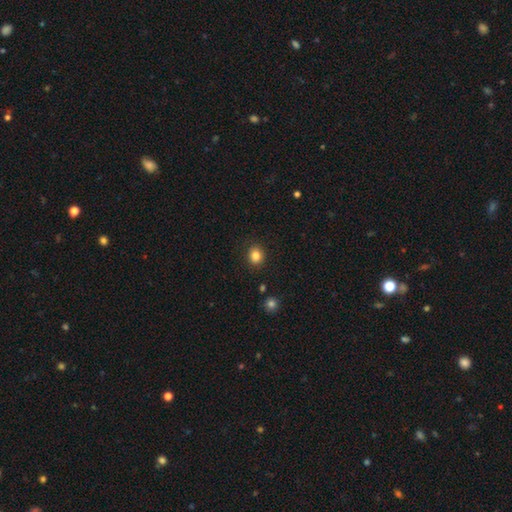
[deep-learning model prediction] The model was most divided on "how rounded": round: 73%, in between: 26%, cigar-shaped: 1%. More confident: merging — none (89%); smooth or featured — smooth (84%).